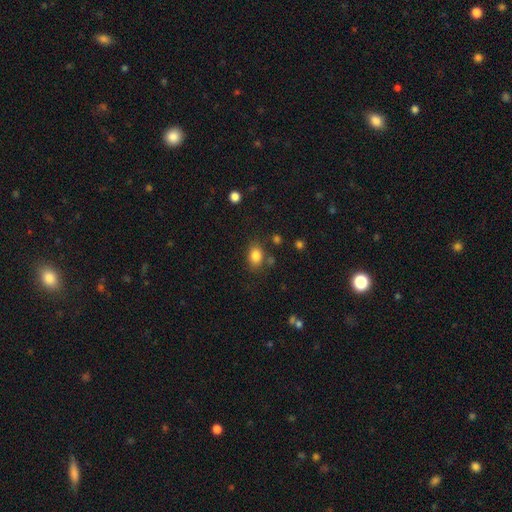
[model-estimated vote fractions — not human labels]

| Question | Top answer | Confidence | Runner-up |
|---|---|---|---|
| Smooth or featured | smooth | 84% | star or artifact (10%) |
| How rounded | in between | 72% | round (27%) |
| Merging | none | 75% | minor disturbance (15%) |